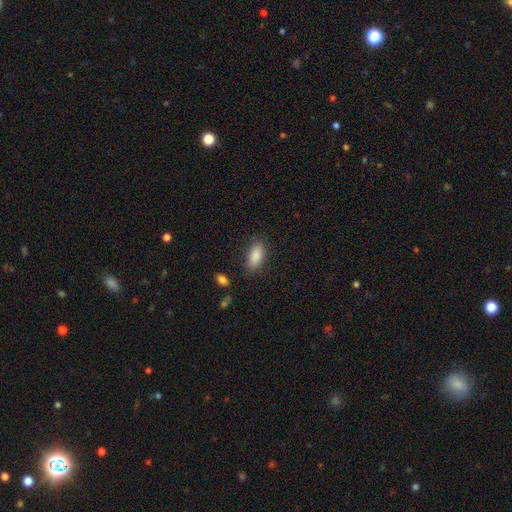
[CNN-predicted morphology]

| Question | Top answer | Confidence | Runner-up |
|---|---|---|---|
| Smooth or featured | smooth | 88% | star or artifact (7%) |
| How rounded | in between | 87% | cigar-shaped (10%) |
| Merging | none | 84% | minor disturbance (11%) |